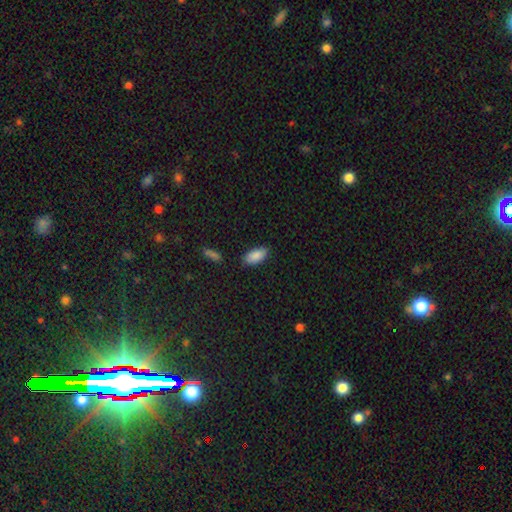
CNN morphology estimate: A smooth galaxy with no disk features (88%) that is in between round and cigar-shaped (92%). Merging: none (83%).